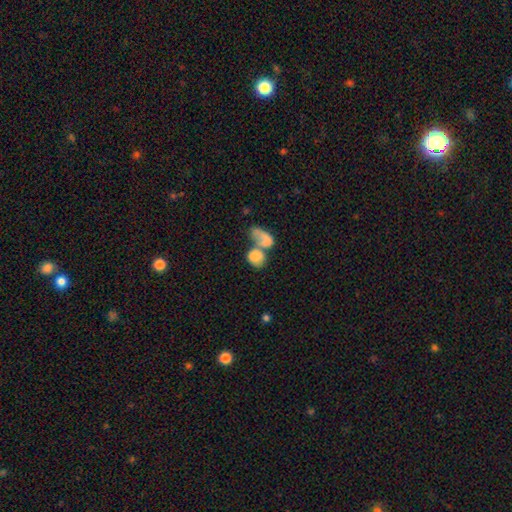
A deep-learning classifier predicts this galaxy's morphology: Smooth or featured? Predicted: smooth (p=0.76). How rounded? Predicted: in between (p=0.57). Merging? Predicted: merger (p=0.66).